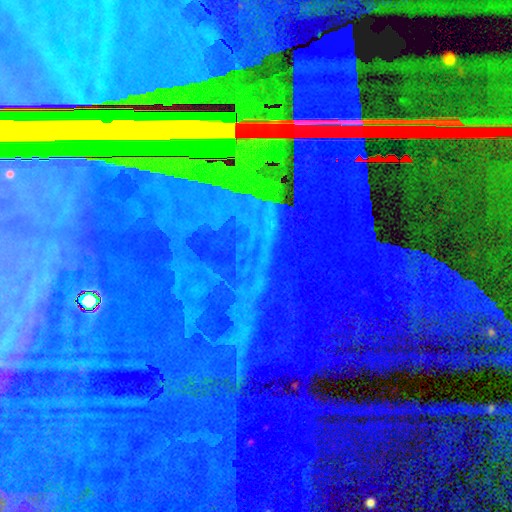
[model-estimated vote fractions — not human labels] smooth-or-featured: star or artifact: 87% | featured or disk: 7% | smooth: 5%